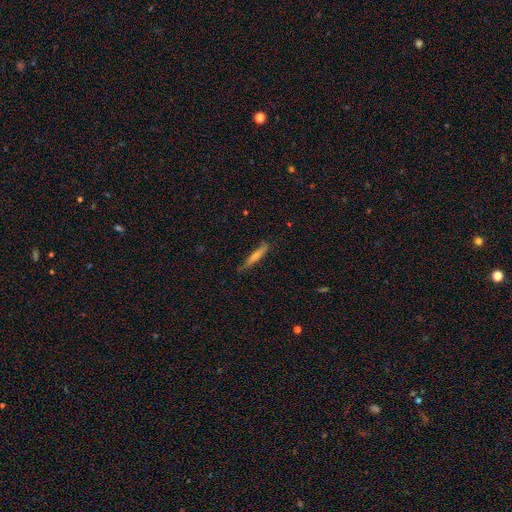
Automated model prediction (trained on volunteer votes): The model was most divided on "smooth or featured": smooth: 50%, featured or disk: 43%, star or artifact: 7%. More confident: merging — none (83%).